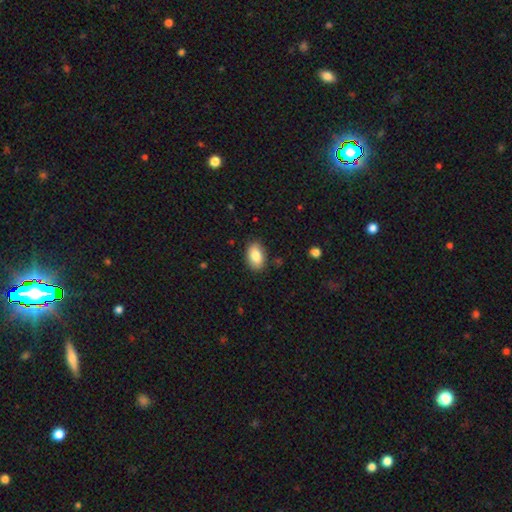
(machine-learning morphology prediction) Smooth or featured? Predicted: smooth (p=0.84). How rounded? Predicted: in between (p=0.91). Merging? Predicted: none (p=0.87).